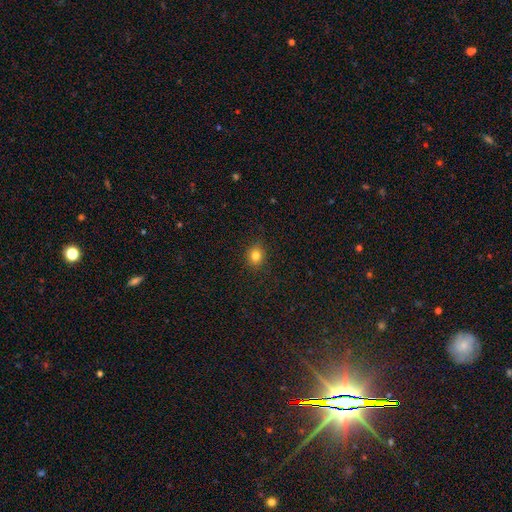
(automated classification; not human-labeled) Smooth or featured?
  - smooth: 81% *
  - star or artifact: 12%
  - featured or disk: 6%
How rounded?
  - round: 72% *
  - in between: 27%
  - cigar-shaped: 1%
Merging?
  - none: 86% *
  - minor disturbance: 11%
  - major disturbance: 3%
  - merger: 1%